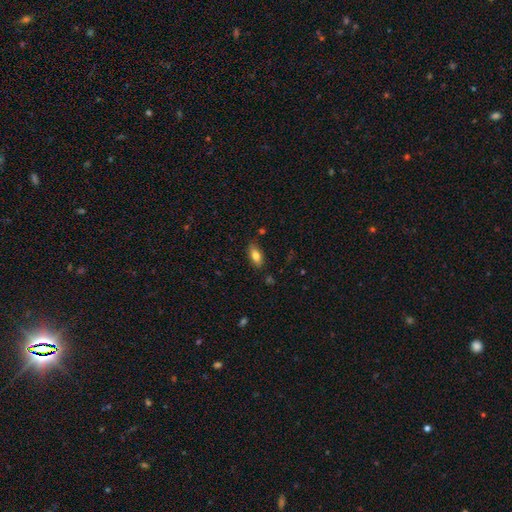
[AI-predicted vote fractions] smooth-or-featured: smooth: 78% | featured or disk: 14% | star or artifact: 8%
  how-rounded: in between: 86% | cigar-shaped: 11% | round: 3%
  merging: none: 83% | minor disturbance: 13% | major disturbance: 3% | merger: 2%